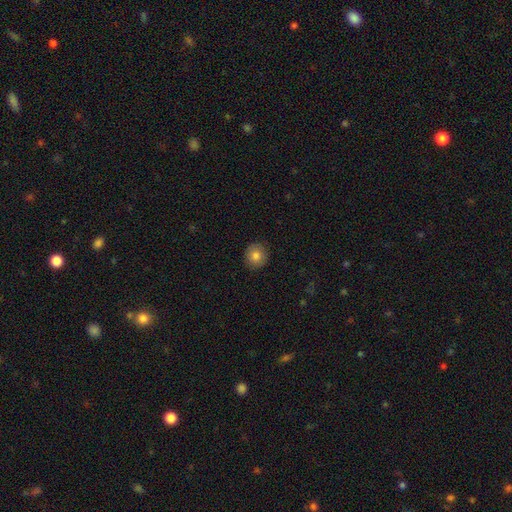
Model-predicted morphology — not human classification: Smooth or featured? Predicted: smooth (p=0.81). How rounded? Predicted: round (p=0.89). Merging? Predicted: none (p=0.89).